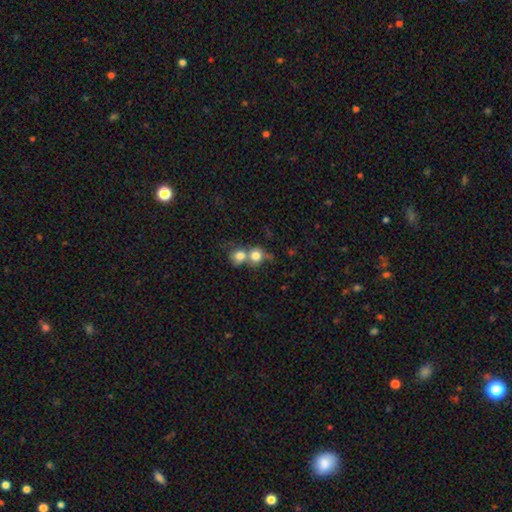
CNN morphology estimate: smooth 78%, featured or disk 12%, star or artifact 10%. Down the decision tree: how rounded — round (82%); merging — merger (60%).